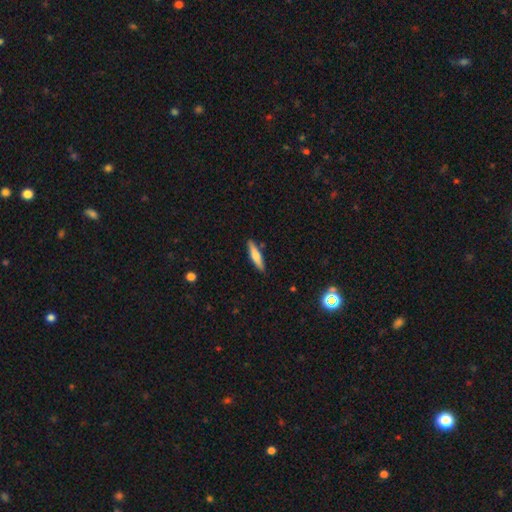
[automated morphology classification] Overall: smooth (61%; featured or disk 33%). How rounded: cigar-shaped (80%). Merging: none (88%).